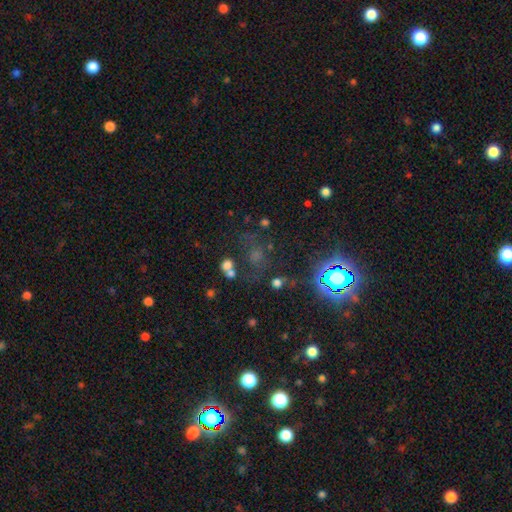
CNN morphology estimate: Smooth or featured? Predicted: star or artifact (p=0.60).